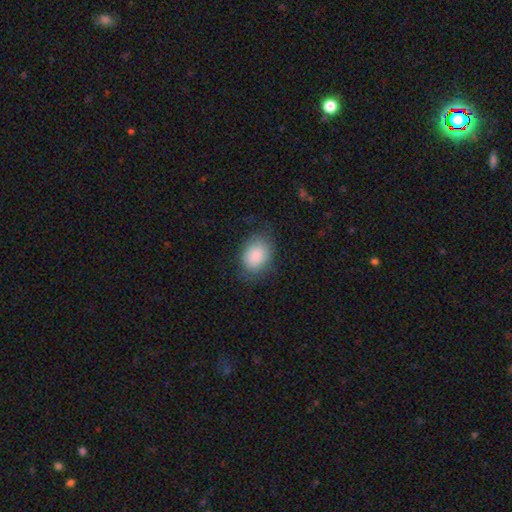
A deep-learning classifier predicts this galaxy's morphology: This is clearly a smooth galaxy (83%). How rounded: likely in between (69%). Merging: likely none (71%).